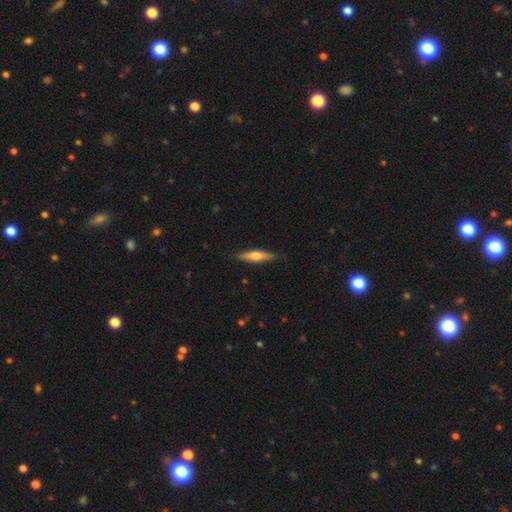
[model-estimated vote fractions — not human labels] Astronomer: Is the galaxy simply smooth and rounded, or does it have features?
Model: featured or disk — 50% (runner-up: smooth, 44%).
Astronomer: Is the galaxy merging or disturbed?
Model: none — 87%.